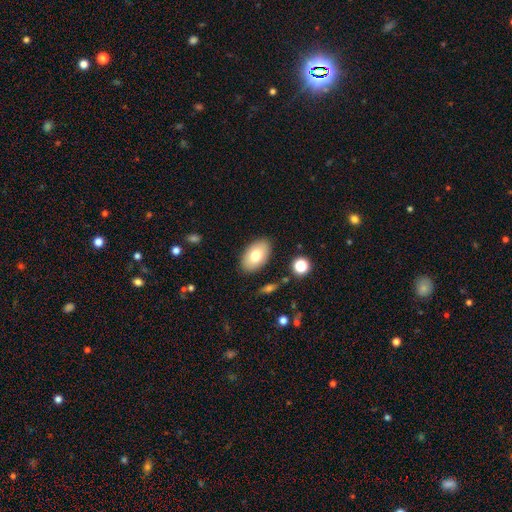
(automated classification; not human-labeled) The model was most divided on "smooth or featured": smooth: 75%, featured or disk: 17%, star or artifact: 7%. More confident: how rounded — in between (92%); merging — none (86%).